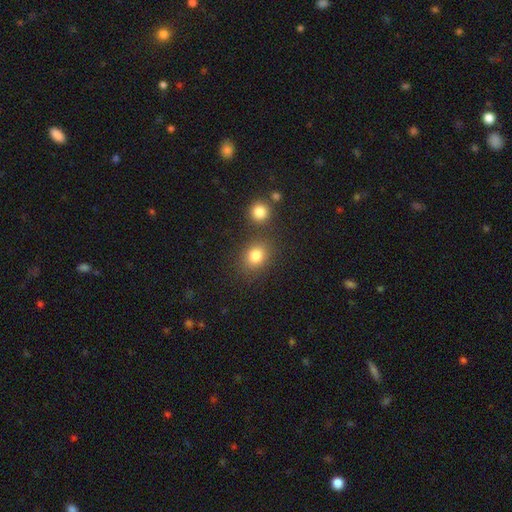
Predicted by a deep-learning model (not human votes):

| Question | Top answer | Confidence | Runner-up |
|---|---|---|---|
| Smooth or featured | smooth | 82% | star or artifact (12%) |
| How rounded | round | 60% | in between (39%) |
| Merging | none | 73% | merger (12%) |